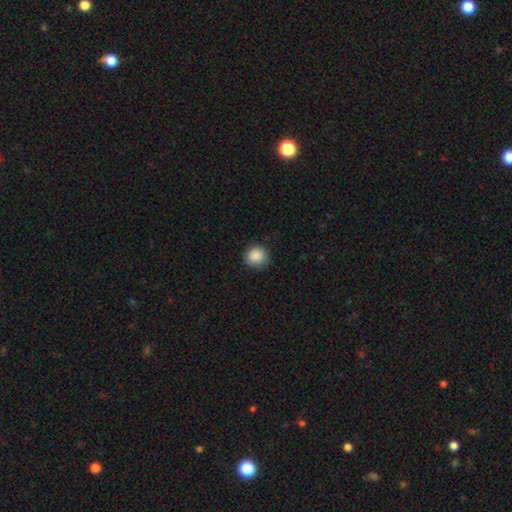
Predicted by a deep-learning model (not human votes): Smooth or featured? Predicted: smooth (p=0.88). How rounded? Predicted: round (p=0.91). Merging? Predicted: none (p=0.87).